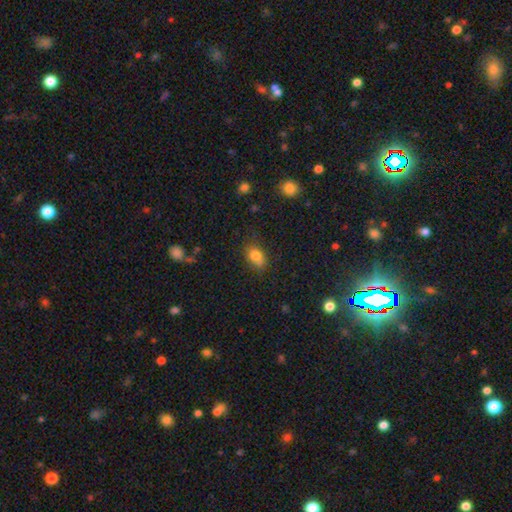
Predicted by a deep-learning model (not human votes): This is likely a smooth galaxy (79%). How rounded: likely in between (72%). Merging: likely none (63%).